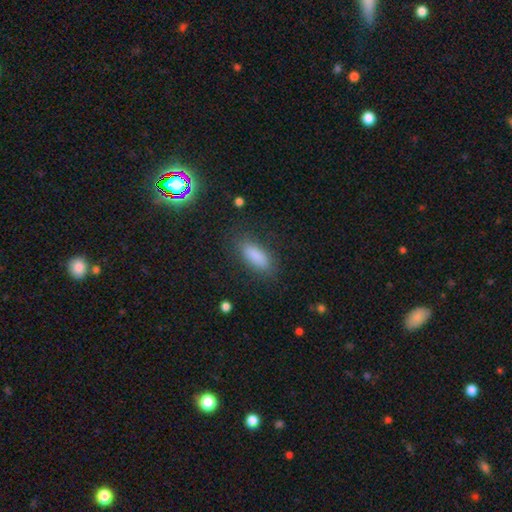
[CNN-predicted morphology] smooth 85%, star or artifact 8%, featured or disk 7%. Down the decision tree: how rounded — in between (76%); merging — none (82%).